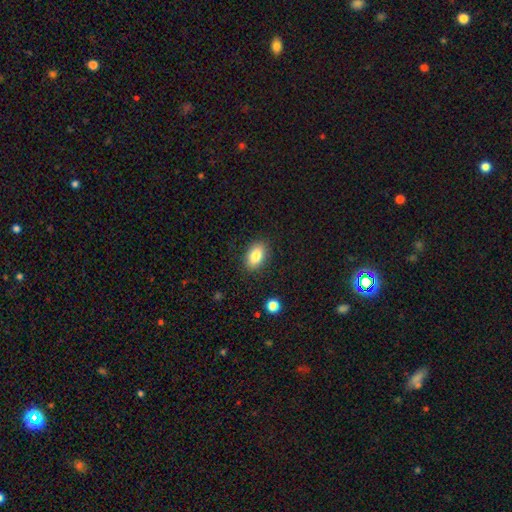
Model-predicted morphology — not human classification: Q: Smooth or featured?
A: smooth (83%); runner-up: featured or disk (9%)
Q: How rounded?
A: in between (88%); runner-up: round (10%)
Q: Merging?
A: none (87%); runner-up: minor disturbance (9%)